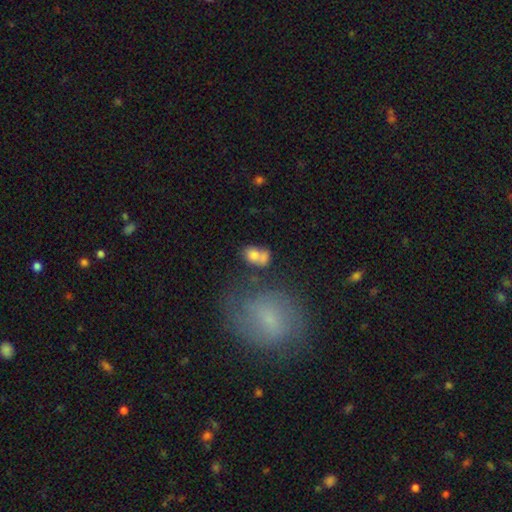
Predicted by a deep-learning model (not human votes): A smooth galaxy with no disk features (73%) that is in between round and cigar-shaped (68%).

Vote fractions:
- Smooth or featured? smooth: 73% / featured or disk: 17% / star or artifact: 10%
- How rounded? in between: 68% / round: 30% / cigar-shaped: 2%
- Merging? merger: 46% / none: 30% / minor disturbance: 14% / major disturbance: 10%